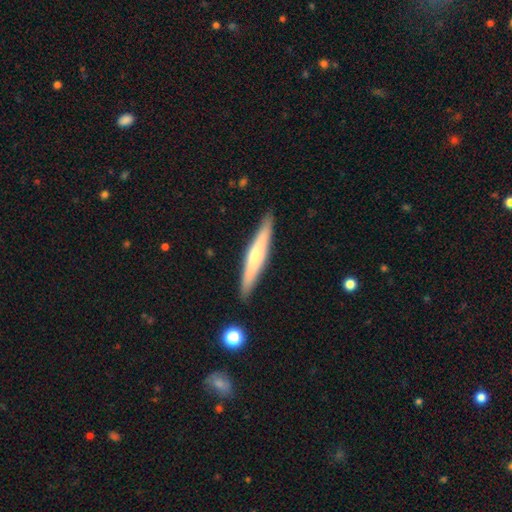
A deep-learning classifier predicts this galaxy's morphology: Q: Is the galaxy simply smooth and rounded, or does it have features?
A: smooth — 51%.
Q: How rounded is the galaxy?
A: cigar-shaped — 92%.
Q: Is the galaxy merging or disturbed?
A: none — 89%.